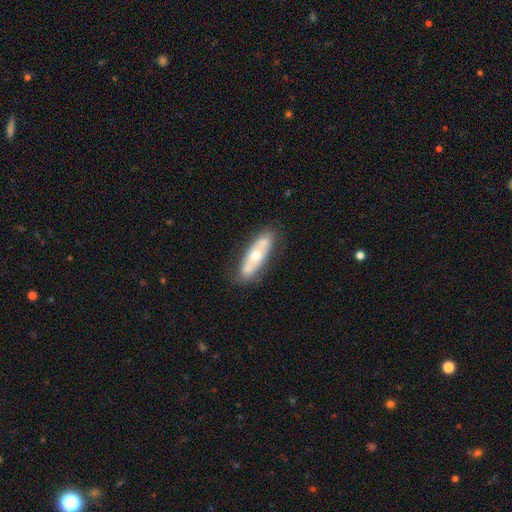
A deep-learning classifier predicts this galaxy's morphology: Smooth or featured: featured or disk — 53% (smooth — 39%)
Edge-on disk: no — 58% (yes — 42%)
Merging: none — 77% (minor disturbance — 14%)